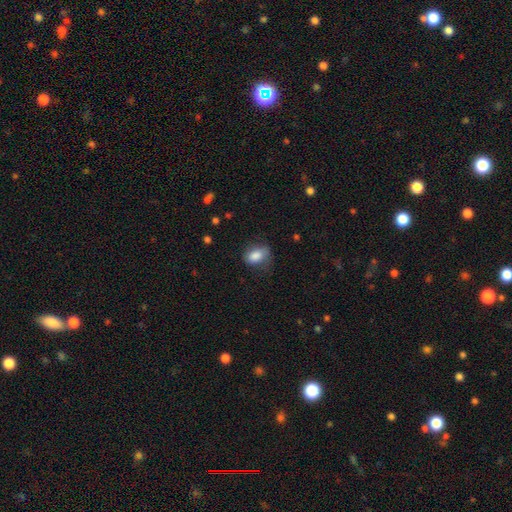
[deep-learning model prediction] This is clearly a smooth galaxy (82%). How rounded: likely in between (77%). Merging: possibly none (54%).